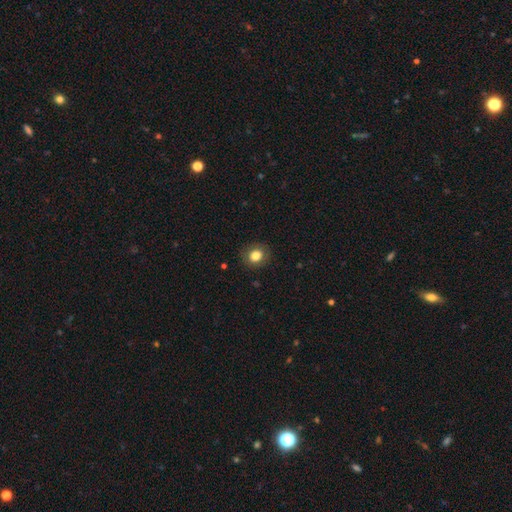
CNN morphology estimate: smooth-or-featured: smooth: 82% | star or artifact: 10% | featured or disk: 8%
  how-rounded: round: 74% | in between: 25% | cigar-shaped: 1%
  merging: none: 88% | minor disturbance: 9% | major disturbance: 3% | merger: 1%